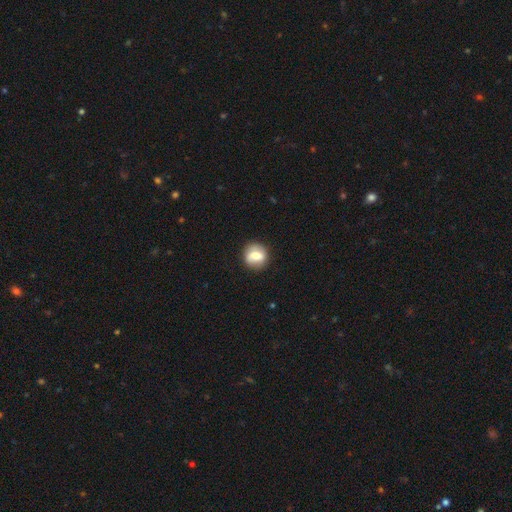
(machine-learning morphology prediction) smooth-or-featured: smooth: 64% | featured or disk: 28% | star or artifact: 8%
  how-rounded: round: 80% | in between: 19% | cigar-shaped: 1%
  merging: none: 81% | minor disturbance: 13% | major disturbance: 4% | merger: 2%